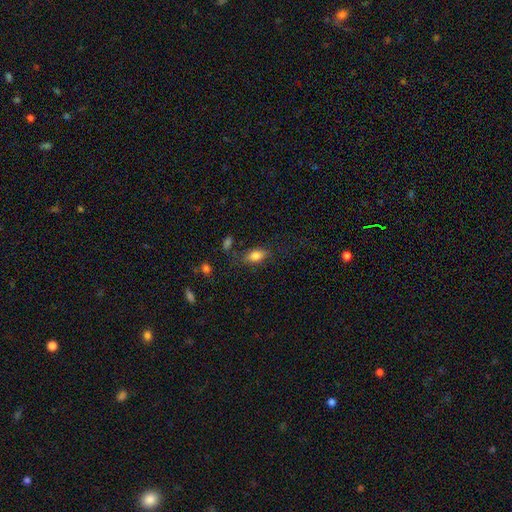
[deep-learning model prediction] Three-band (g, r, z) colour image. It shows a smooth galaxy with no disk features (81%) that is in between round and cigar-shaped (87%). Merging: none (73%).